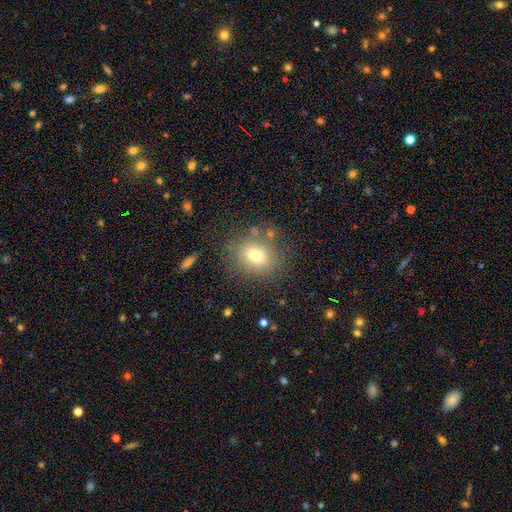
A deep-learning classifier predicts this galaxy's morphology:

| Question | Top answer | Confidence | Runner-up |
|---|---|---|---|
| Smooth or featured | smooth | 72% | featured or disk (15%) |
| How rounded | in between | 51% | round (48%) |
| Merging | none | 76% | minor disturbance (13%) |